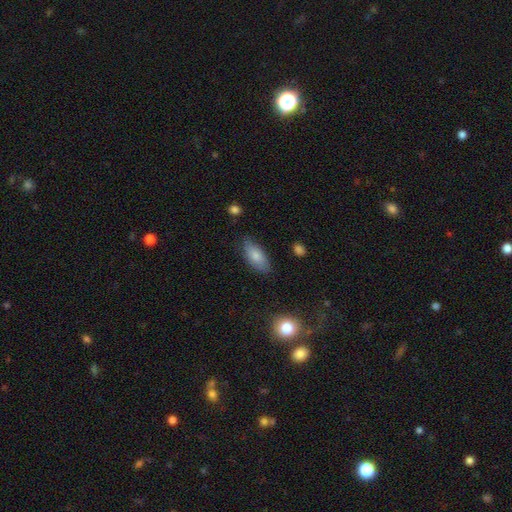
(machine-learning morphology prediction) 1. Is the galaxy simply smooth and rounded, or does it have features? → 80% smooth, 13% featured or disk, 7% star or artifact.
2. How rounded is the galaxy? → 85% in between, 12% cigar-shaped, 2% round.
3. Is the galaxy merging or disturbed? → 77% none, 18% minor disturbance, 4% major disturbance, 2% merger.